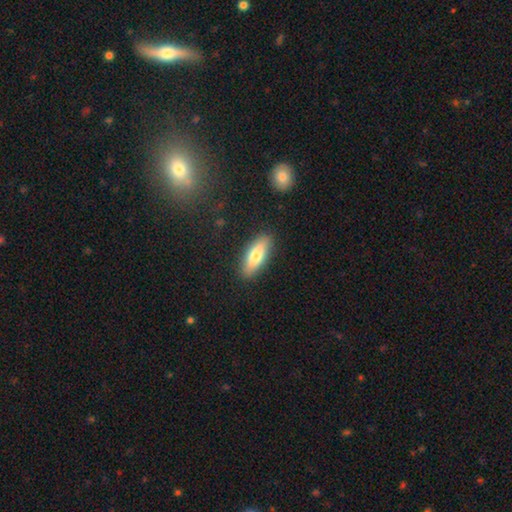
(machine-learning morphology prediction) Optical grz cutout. It shows a smooth galaxy with no disk features (73%) that is in between round and cigar-shaped (63%). Merging: none (88%).